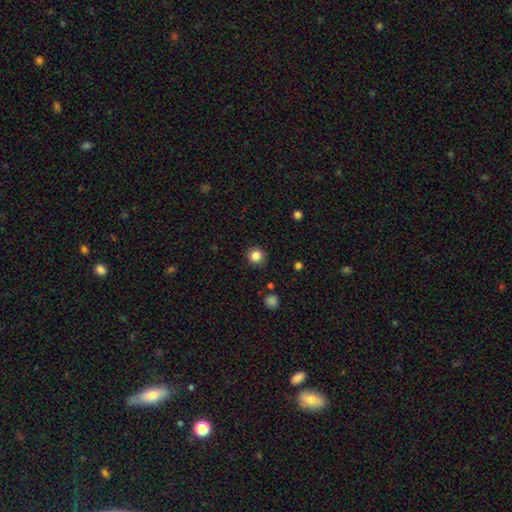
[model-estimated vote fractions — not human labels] smooth-or-featured: smooth: 84% | star or artifact: 12% | featured or disk: 4%
  how-rounded: round: 94% | in between: 5% | cigar-shaped: 1%
  merging: none: 89% | minor disturbance: 8% | major disturbance: 2% | merger: 1%